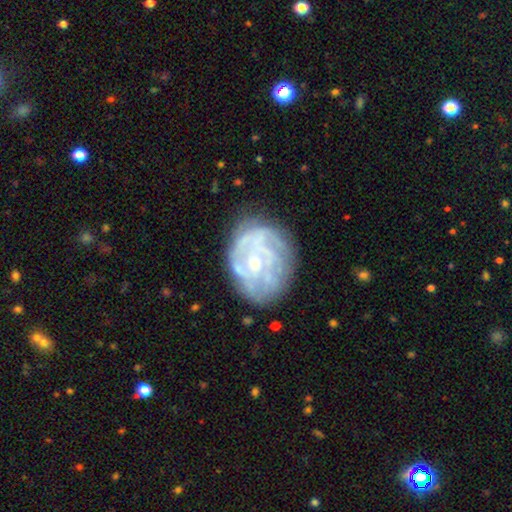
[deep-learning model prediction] Smooth or featured? featured or disk (76%)
Edge-on disk? no (97%)
Bar? no (72%)
Spiral arms? yes (74%)
Spiral winding? tight (66%)
Spiral arm count? can't tell (53%)
Bulge size? small (65%)
Merging? none (69%)